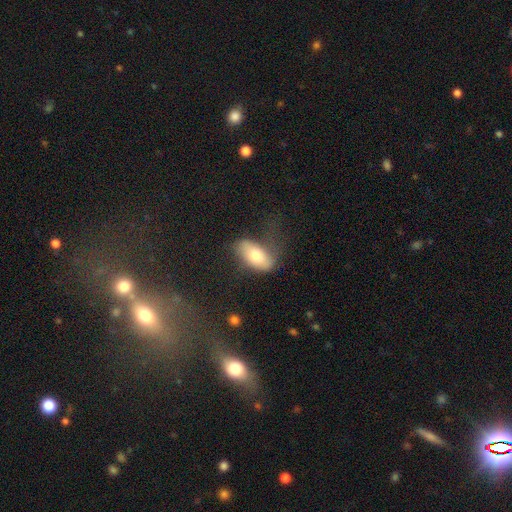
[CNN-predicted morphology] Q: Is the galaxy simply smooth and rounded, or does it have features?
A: smooth — 71%.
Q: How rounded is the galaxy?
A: in between — 92%.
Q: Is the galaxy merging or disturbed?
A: none — 43%.